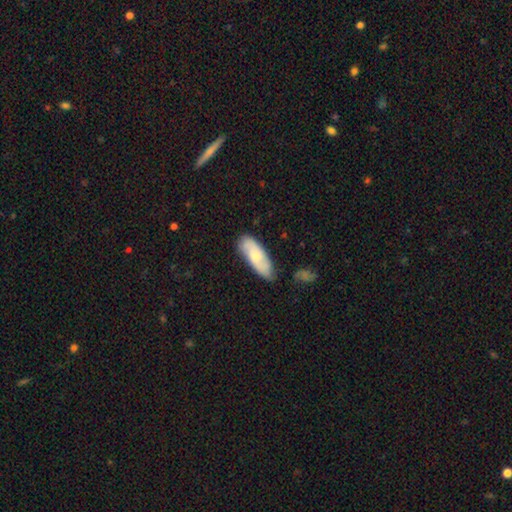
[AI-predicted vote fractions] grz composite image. It shows a smooth galaxy with no disk features (60%) that is in between round and cigar-shaped (71%). Merging: none (72%).